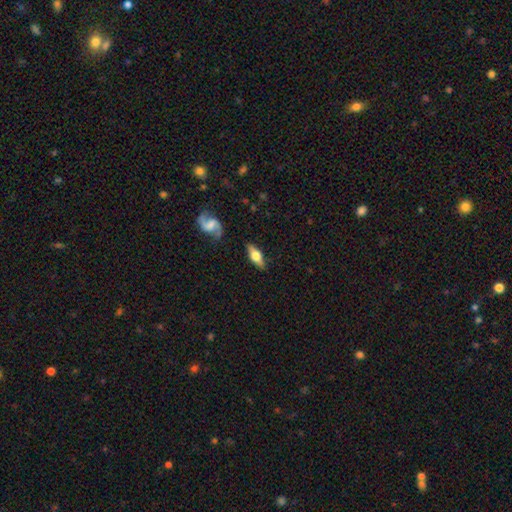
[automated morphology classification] smooth-or-featured: featured or disk: 56% | smooth: 38% | star or artifact: 6%
  disk-edge-on: yes: 82% | no: 18%
  merging: none: 83% | minor disturbance: 12% | major disturbance: 3% | merger: 2%